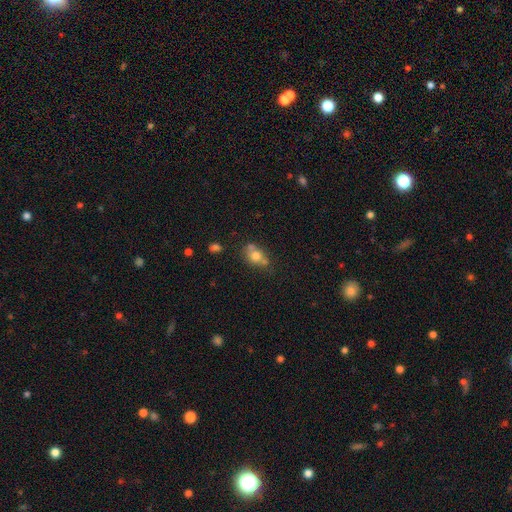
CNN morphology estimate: This is likely a smooth galaxy (70%). How rounded: possibly in between (57%). Merging: marginally none (44%).